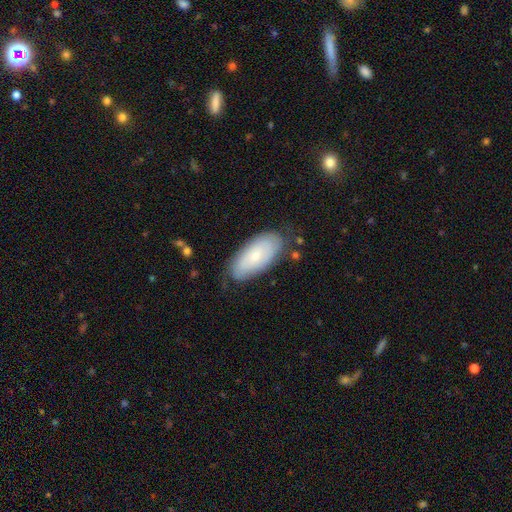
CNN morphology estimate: Overall: smooth (57%; featured or disk 36%). How rounded: in between (91%). Merging: none (74%).